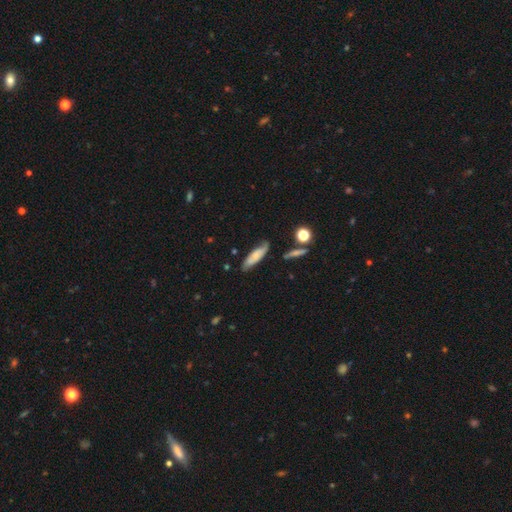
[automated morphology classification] Smooth or featured?
  - smooth: 59% *
  - featured or disk: 33%
  - star or artifact: 8%
How rounded?
  - cigar-shaped: 51% *
  - in between: 47%
  - round: 2%
Merging?
  - none: 70% *
  - minor disturbance: 22%
  - major disturbance: 5%
  - merger: 3%